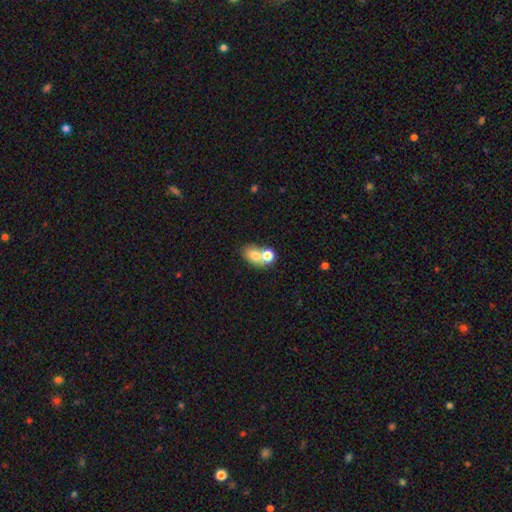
Smooth or featured: smooth — 79% (featured or disk — 16%)
How rounded: in between — 63% (round — 37%)
Merging: merger — 58% (none — 25%)